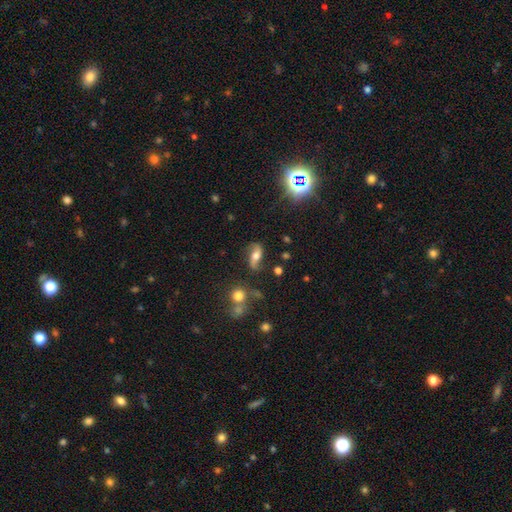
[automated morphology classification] A featured or disk galaxy (67%) with no bar (57%), 2 (92%) loose (78%) spiral arms (90%) and a moderate central bulge (65%).

Vote fractions:
- Smooth or featured? featured or disk: 67% / smooth: 23% / star or artifact: 10%
- Edge-on disk? no: 90% / yes: 10%
- Bar? no: 57% / weak: 27% / strong: 15%
- Spiral arms? yes: 90% / no: 10%
- Spiral winding? loose: 78% / medium: 16% / tight: 6%
- Spiral arm count? 2: 92% / can't tell: 3% / 1: 2% / 3: 1% / 4: 1% / more than 4: 1%
- Bulge size? moderate: 65% / large: 17% / small: 13% / none: 3% / dominant: 3%
- Merging? none: 74% / minor disturbance: 16% / major disturbance: 7% / merger: 3%